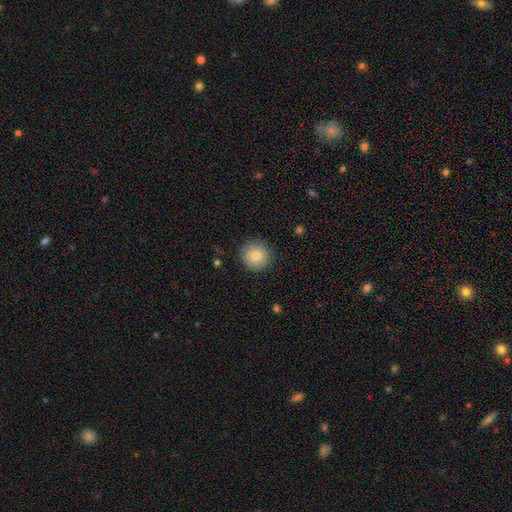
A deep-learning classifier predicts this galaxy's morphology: smooth-or-featured: smooth: 80% | featured or disk: 11% | star or artifact: 9%
  how-rounded: round: 94% | in between: 5% | cigar-shaped: 1%
  merging: none: 89% | minor disturbance: 8% | major disturbance: 2% | merger: 1%